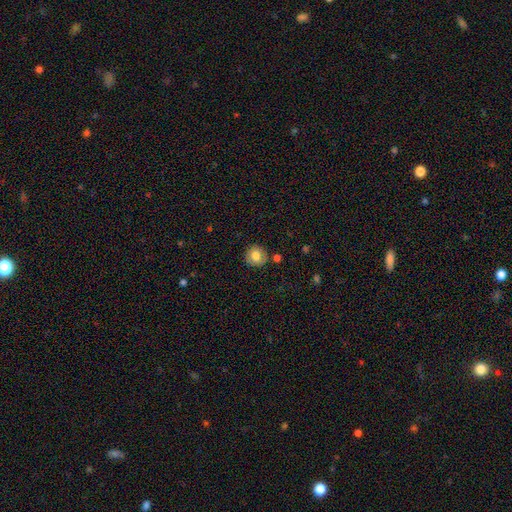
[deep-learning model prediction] smooth 77%, featured or disk 14%, star or artifact 9%. Down the decision tree: how rounded — round (91%); merging — none (85%).